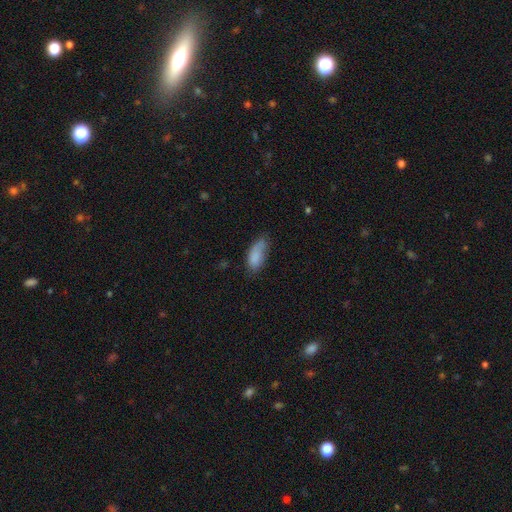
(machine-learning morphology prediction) A smooth galaxy with no disk features (82%) that is in between round and cigar-shaped (87%). Merging: none (54%).